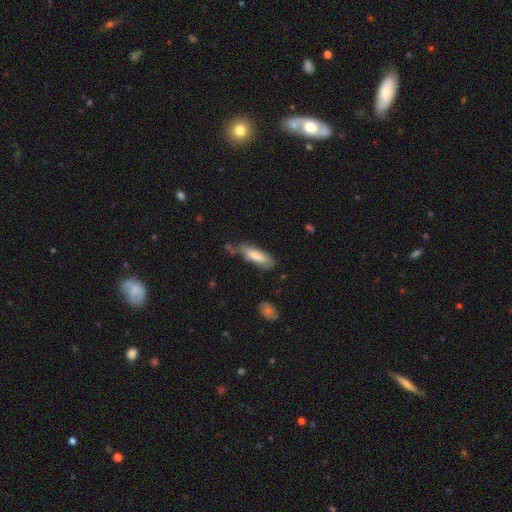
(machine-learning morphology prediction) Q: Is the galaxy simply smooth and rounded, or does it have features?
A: smooth — 75%.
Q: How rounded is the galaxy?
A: in between — 49%, tied with cigar-shaped.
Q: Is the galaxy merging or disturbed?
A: none — 62%.